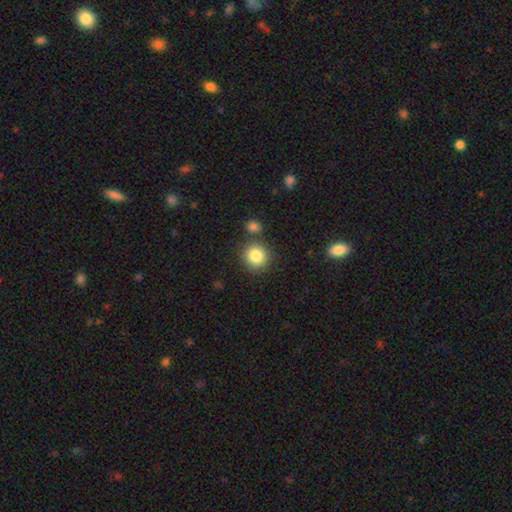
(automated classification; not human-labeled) A smooth galaxy with no disk features (84%) that is round (91%).

Vote fractions:
- Smooth or featured? smooth: 84% / star or artifact: 9% / featured or disk: 6%
- How rounded? round: 91% / in between: 8% / cigar-shaped: 1%
- Merging? none: 80% / merger: 10% / minor disturbance: 8% / major disturbance: 3%